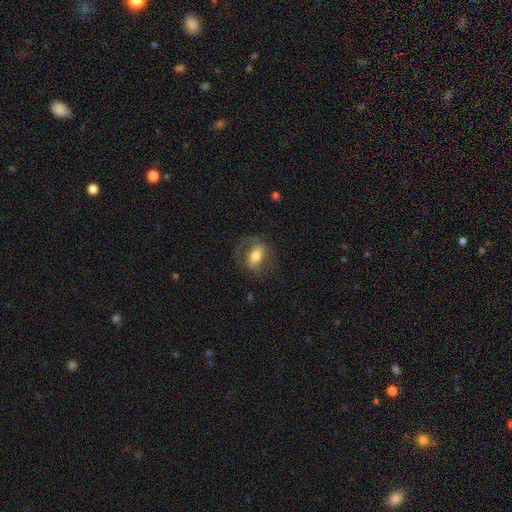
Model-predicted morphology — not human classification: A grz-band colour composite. It shows a featured or disk galaxy (54%). Merging: none (66%).